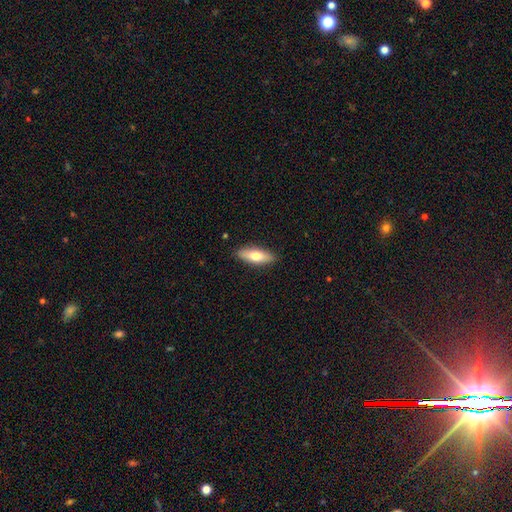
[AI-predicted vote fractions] Morphology: type=smooth (69%); roundness=in between (65%); merging=none (88%).